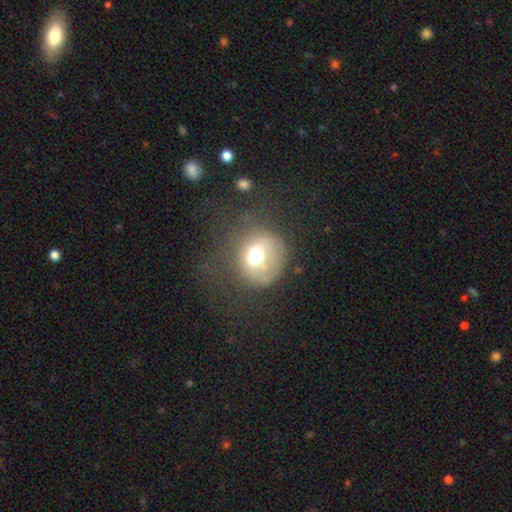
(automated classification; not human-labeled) A smooth galaxy with no disk features (61%) that is round (80%). Merging: none (46%).